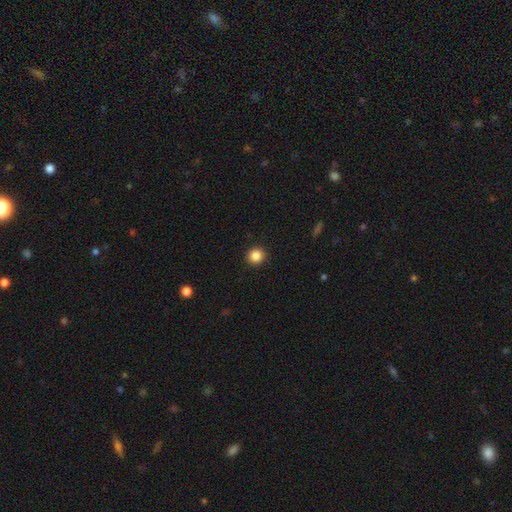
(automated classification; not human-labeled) The model was most divided on "smooth or featured": smooth: 86%, star or artifact: 10%, featured or disk: 3%. More confident: how rounded — round (94%); merging — none (92%).